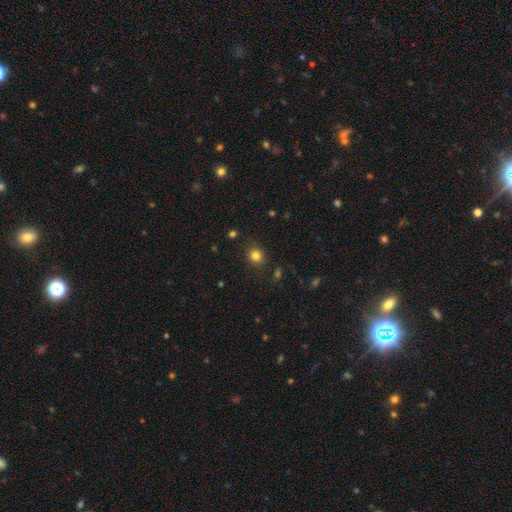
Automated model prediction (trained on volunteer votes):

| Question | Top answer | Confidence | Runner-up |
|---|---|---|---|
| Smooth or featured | smooth | 81% | star or artifact (13%) |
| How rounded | round | 75% | in between (24%) |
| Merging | none | 85% | minor disturbance (10%) |